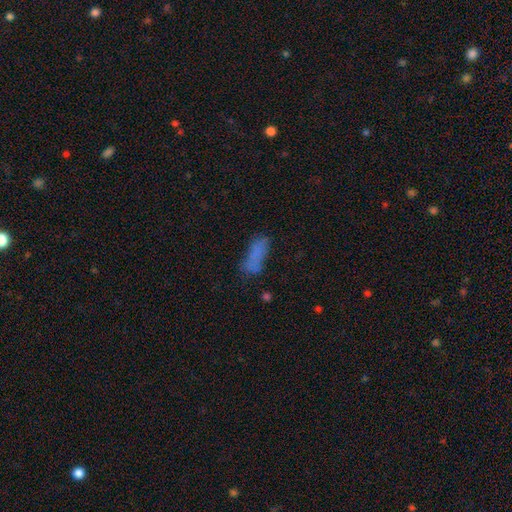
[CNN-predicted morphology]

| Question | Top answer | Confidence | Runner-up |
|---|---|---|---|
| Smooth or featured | smooth | 70% | featured or disk (17%) |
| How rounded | in between | 61% | cigar-shaped (36%) |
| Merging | none | 53% | minor disturbance (25%) |